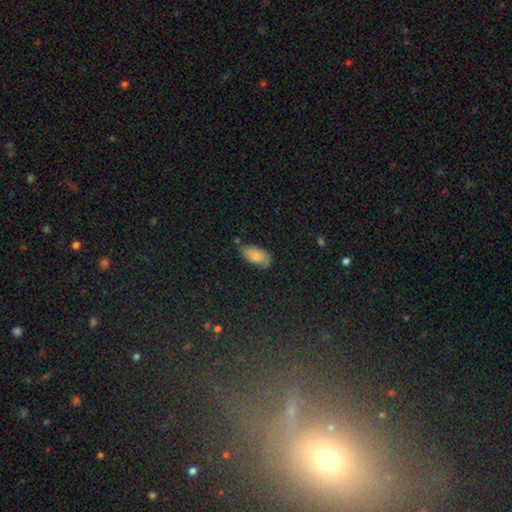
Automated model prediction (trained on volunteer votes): smooth 73%, featured or disk 17%, star or artifact 10%. Down the decision tree: how rounded — in between (92%); merging — none (54%).